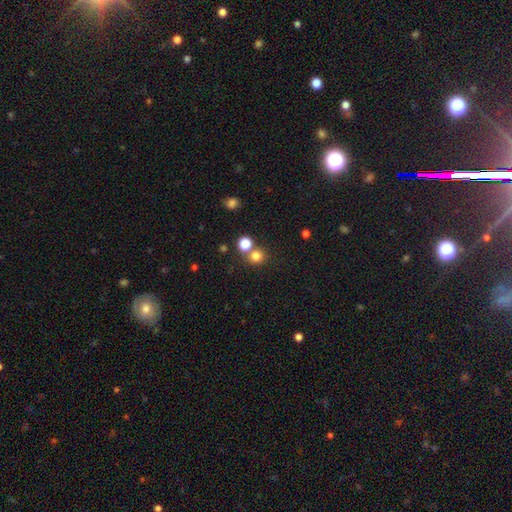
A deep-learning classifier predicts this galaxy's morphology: smooth-or-featured: smooth: 78% | star or artifact: 16% | featured or disk: 6%
  how-rounded: round: 89% | in between: 10% | cigar-shaped: 1%
  merging: none: 66% | merger: 24% | minor disturbance: 7% | major disturbance: 3%